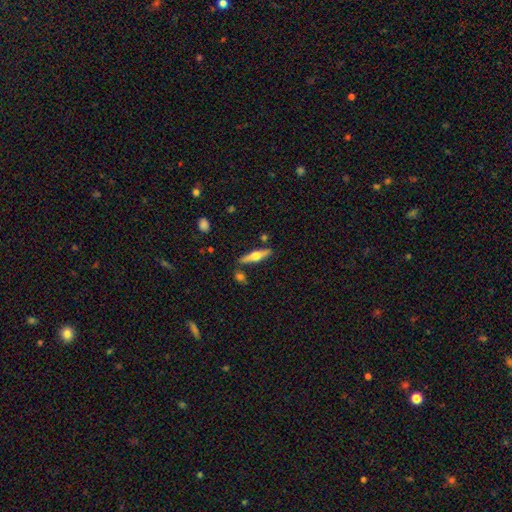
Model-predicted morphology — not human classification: type=featured or disk (60%); edge-on=yes (96%); edge-on bulge=rounded (94%); merging=none (83%).